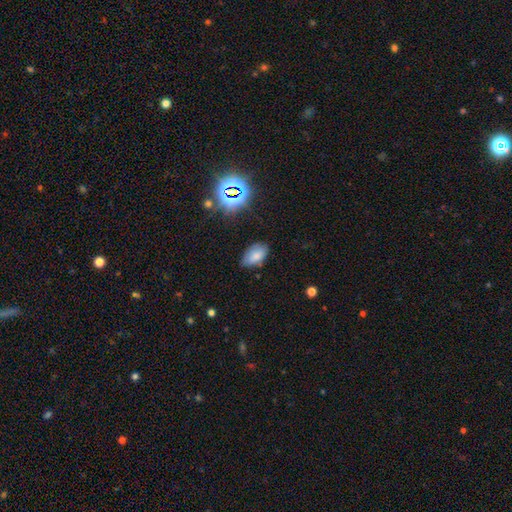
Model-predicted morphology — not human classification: smooth 76%, star or artifact 13%, featured or disk 11%. Down the decision tree: how rounded — in between (92%); merging — none (70%).